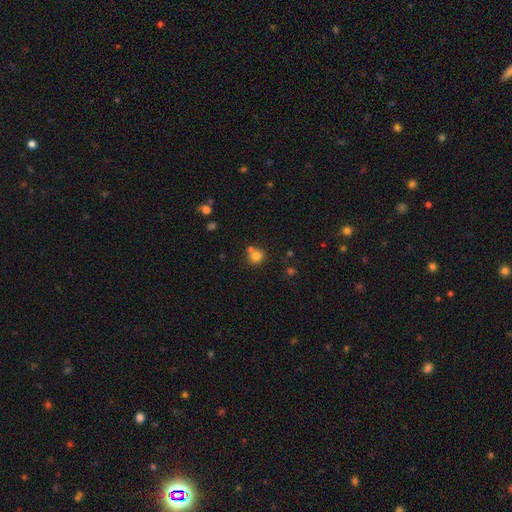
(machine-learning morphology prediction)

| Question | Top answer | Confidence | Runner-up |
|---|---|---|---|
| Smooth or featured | smooth | 78% | star or artifact (14%) |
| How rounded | round | 87% | in between (12%) |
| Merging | none | 60% | merger (28%) |